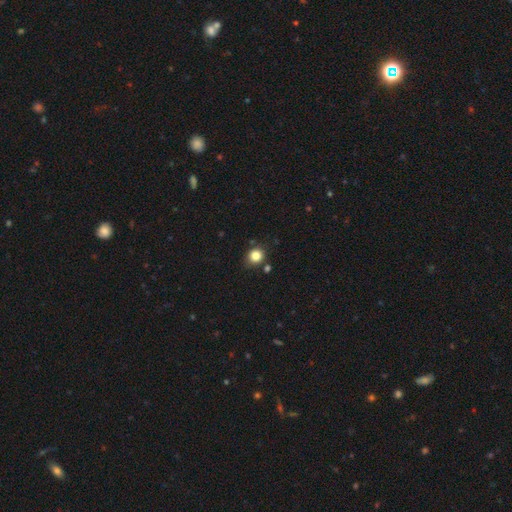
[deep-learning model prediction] Smooth or featured? Predicted: smooth (p=0.84). How rounded? Predicted: round (p=0.80). Merging? Predicted: none (p=0.80).